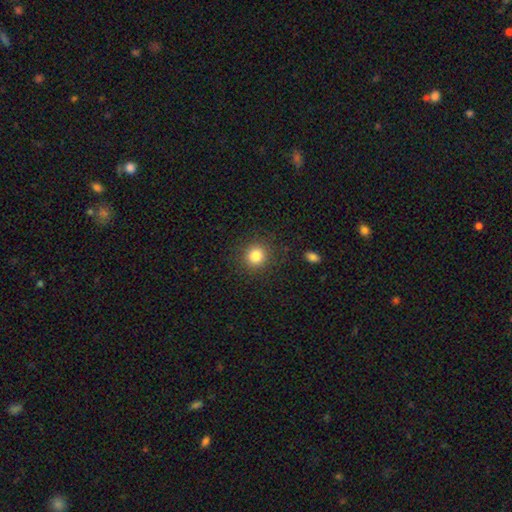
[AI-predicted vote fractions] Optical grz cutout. It shows a smooth galaxy with no disk features (83%) that is round (91%). Merging: none (89%).